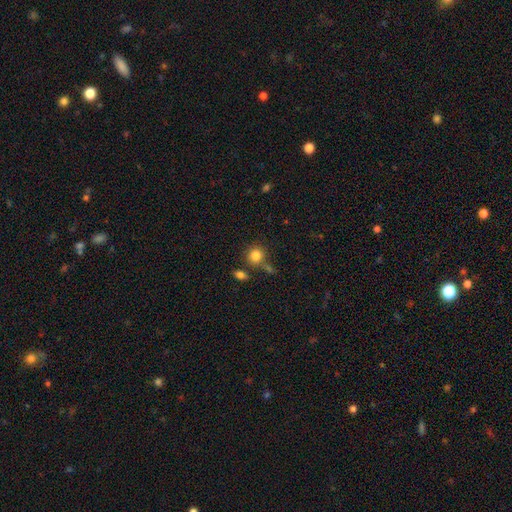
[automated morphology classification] Smooth or featured? Predicted: smooth (p=0.83). How rounded? Predicted: round (p=0.85). Merging? Predicted: none (p=0.68).